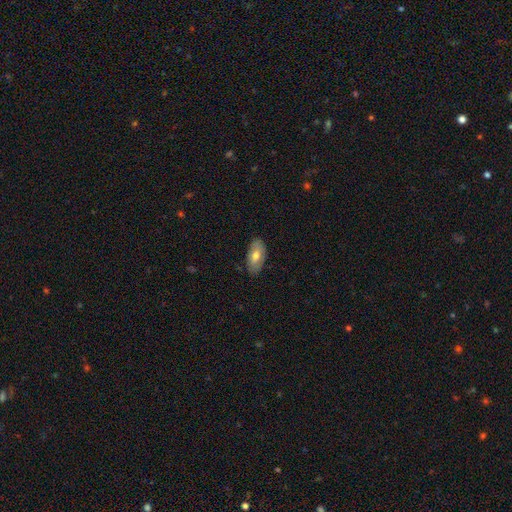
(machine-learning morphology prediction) type=smooth (65%); roundness=in between (92%); merging=none (84%).